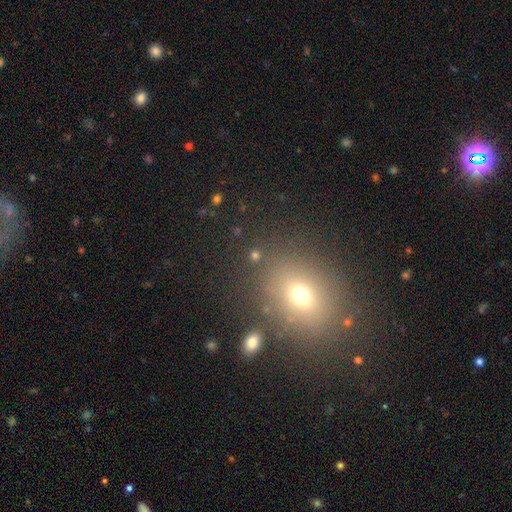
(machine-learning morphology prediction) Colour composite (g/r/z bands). It shows a smooth galaxy with no disk features (60%) that is round (62%). Merging: none (78%).